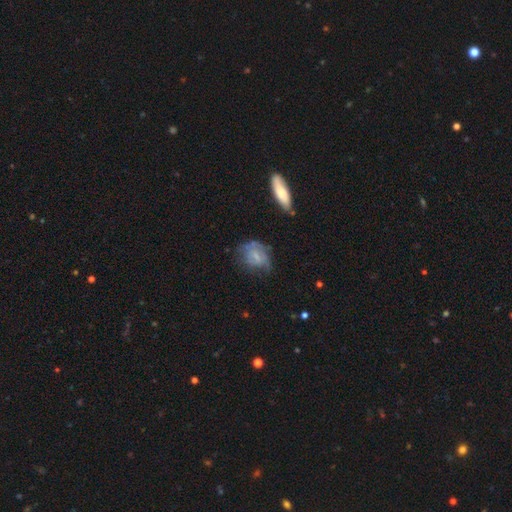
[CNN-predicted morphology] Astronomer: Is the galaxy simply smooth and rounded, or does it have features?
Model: smooth — 53% (runner-up: featured or disk, 38%).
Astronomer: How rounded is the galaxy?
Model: in between — 59% (runner-up: round, 38%).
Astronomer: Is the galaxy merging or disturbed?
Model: none — 46% (runner-up: minor disturbance, 30%).